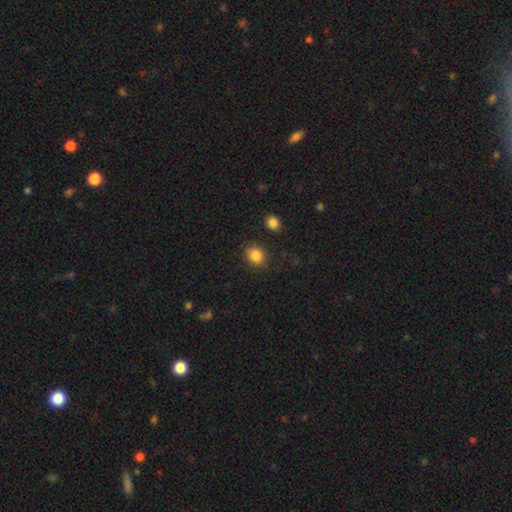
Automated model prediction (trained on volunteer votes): smooth-or-featured: smooth: 85% | star or artifact: 10% | featured or disk: 5%
  how-rounded: round: 66% | in between: 33% | cigar-shaped: 1%
  merging: none: 85% | minor disturbance: 10% | major disturbance: 3% | merger: 2%